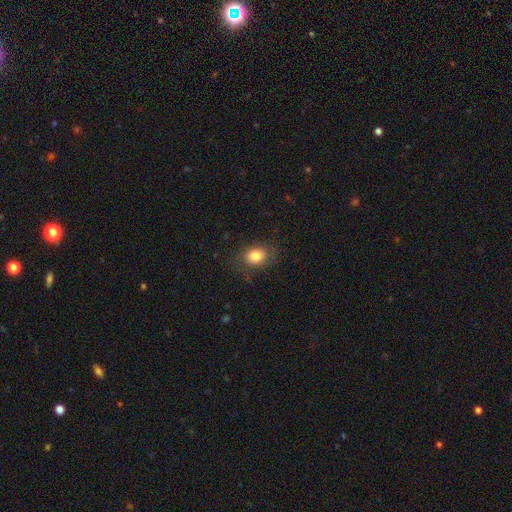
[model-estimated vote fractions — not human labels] Q: Smooth or featured?
A: smooth (81%); runner-up: featured or disk (10%)
Q: How rounded?
A: in between (57%); runner-up: round (42%)
Q: Merging?
A: none (73%); runner-up: minor disturbance (18%)